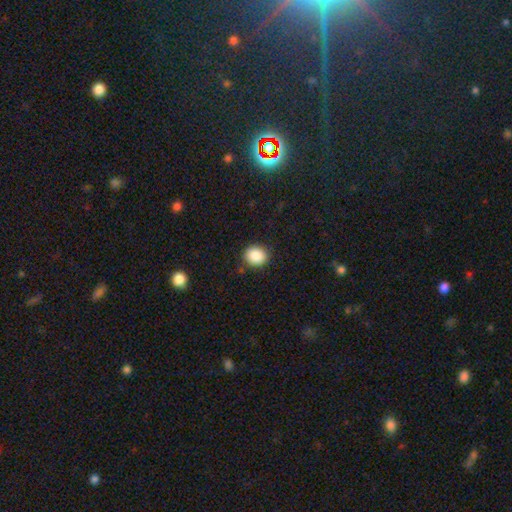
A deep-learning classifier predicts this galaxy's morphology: smooth-or-featured: smooth: 88% | star or artifact: 8% | featured or disk: 4%
  how-rounded: round: 68% | in between: 31% | cigar-shaped: 1%
  merging: none: 86% | minor disturbance: 9% | major disturbance: 3% | merger: 2%